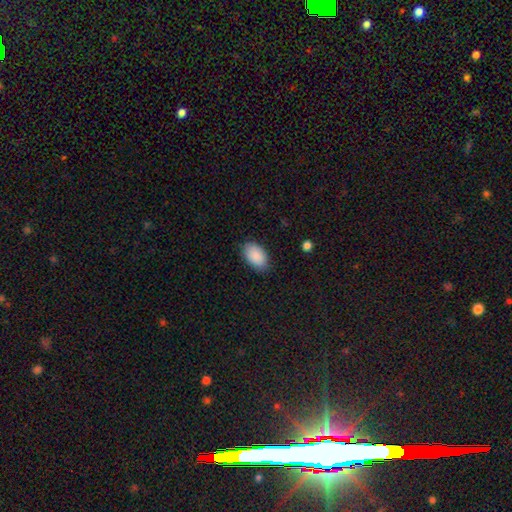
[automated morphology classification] type=smooth (90%); roundness=in between (94%); merging=none (85%).